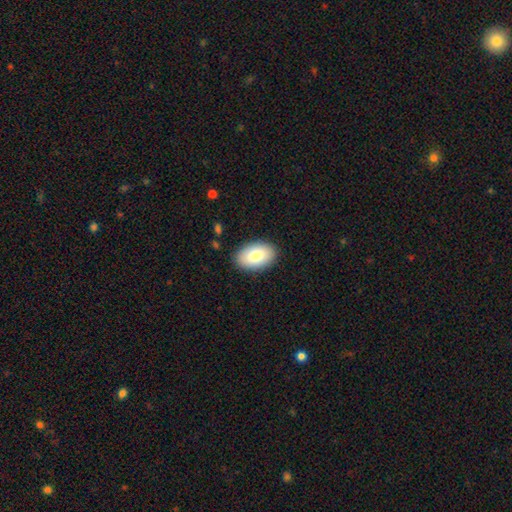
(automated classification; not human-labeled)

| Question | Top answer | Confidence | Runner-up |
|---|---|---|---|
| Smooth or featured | smooth | 83% | featured or disk (11%) |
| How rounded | in between | 93% | round (6%) |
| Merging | none | 89% | minor disturbance (8%) |